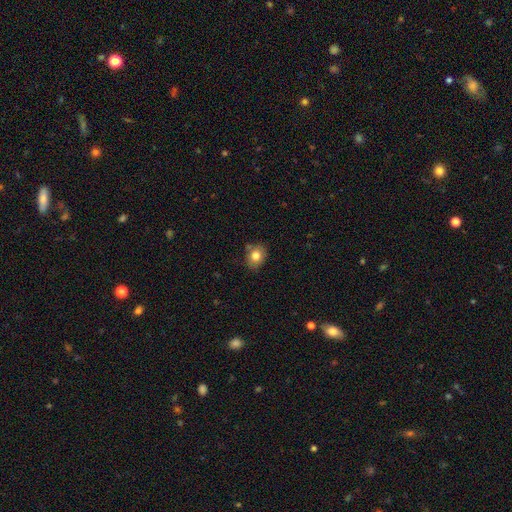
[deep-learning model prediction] A smooth galaxy with no disk features (80%) that is round (52%).

Vote fractions:
- Smooth or featured? smooth: 80% / featured or disk: 10% / star or artifact: 10%
- How rounded? round: 52% / in between: 47% / cigar-shaped: 1%
- Merging? none: 76% / minor disturbance: 16% / merger: 4% / major disturbance: 3%